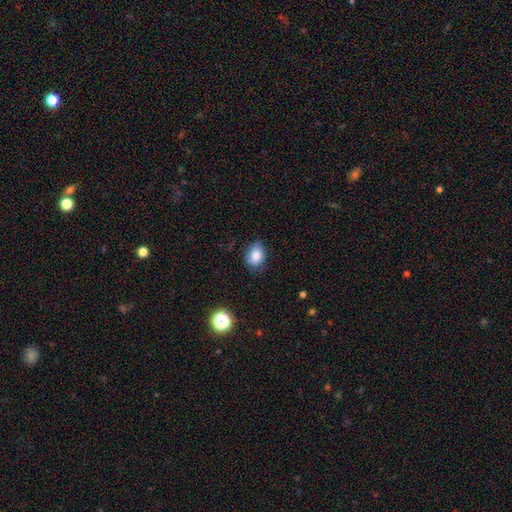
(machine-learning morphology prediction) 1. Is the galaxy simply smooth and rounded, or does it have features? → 82% smooth, 10% star or artifact, 8% featured or disk.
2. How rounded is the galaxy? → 68% in between, 31% round, 1% cigar-shaped.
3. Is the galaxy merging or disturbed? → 69% none, 24% minor disturbance, 5% major disturbance, 1% merger.